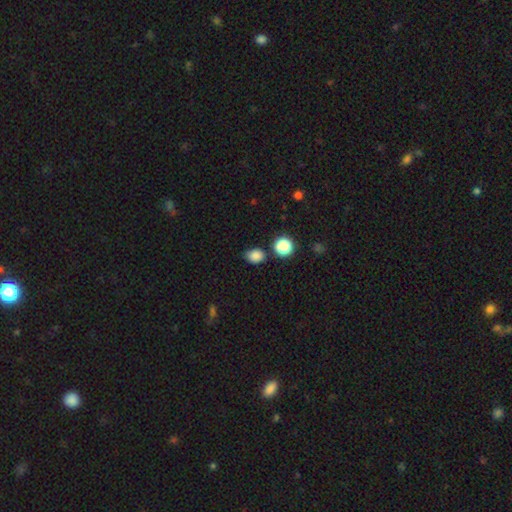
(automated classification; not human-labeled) Smooth or featured?
  - smooth: 82% *
  - star or artifact: 14%
  - featured or disk: 5%
How rounded?
  - in between: 58% *
  - round: 41%
  - cigar-shaped: 1%
Merging?
  - none: 73% *
  - minor disturbance: 18%
  - merger: 5%
  - major disturbance: 4%